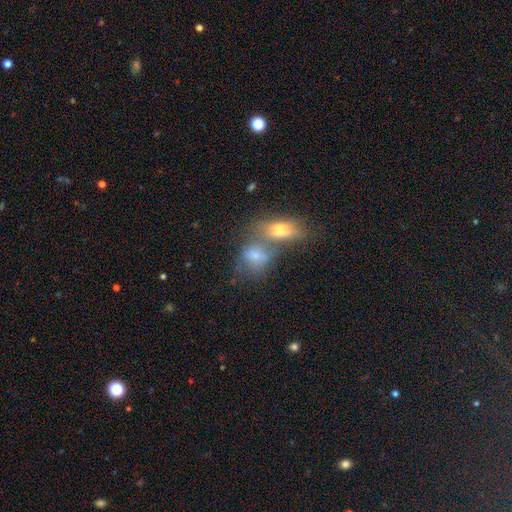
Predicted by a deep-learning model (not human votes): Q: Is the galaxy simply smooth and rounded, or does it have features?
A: smooth — 67%.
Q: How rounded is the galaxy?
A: in between — 63%.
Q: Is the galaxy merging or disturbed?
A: merger — 57%.